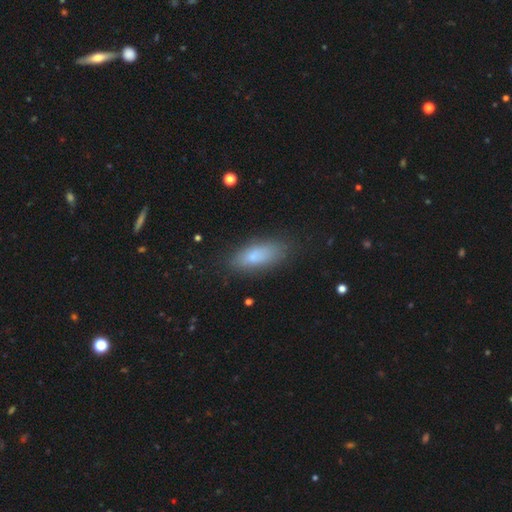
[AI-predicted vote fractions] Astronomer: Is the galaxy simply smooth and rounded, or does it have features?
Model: smooth — 78%.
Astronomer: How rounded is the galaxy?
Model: in between — 75%.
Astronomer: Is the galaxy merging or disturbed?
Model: none — 78%.